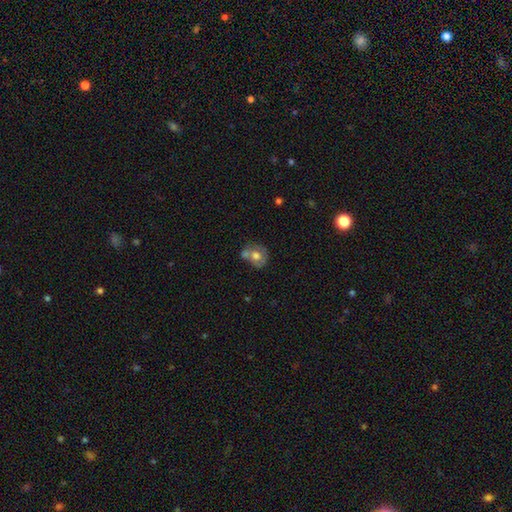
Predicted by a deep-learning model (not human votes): Smooth or featured: smooth — 64% (featured or disk — 28%)
How rounded: round — 66% (in between — 33%)
Merging: merger — 40% (none — 36%)